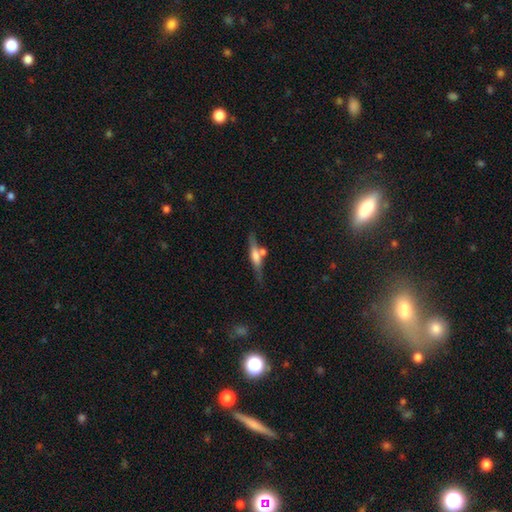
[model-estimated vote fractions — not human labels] Smooth or featured? featured or disk (52%)
Edge-on disk? yes (90%)
Merging? none (63%)